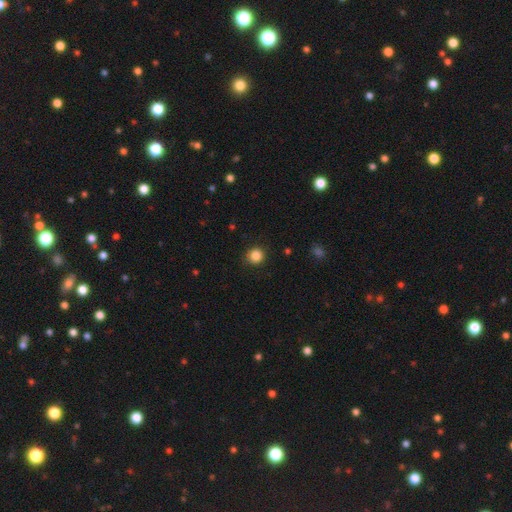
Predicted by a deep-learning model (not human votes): A smooth galaxy with no disk features (85%) that is round (91%).

Vote fractions:
- Smooth or featured? smooth: 85% / star or artifact: 11% / featured or disk: 4%
- How rounded? round: 91% / in between: 8% / cigar-shaped: 1%
- Merging? none: 90% / minor disturbance: 7% / major disturbance: 2% / merger: 1%